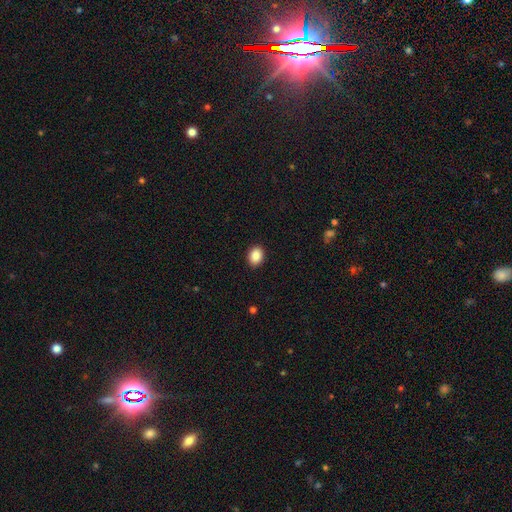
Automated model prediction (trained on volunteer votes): Smooth or featured? Predicted: smooth (p=0.89). How rounded? Predicted: in between (p=0.65). Merging? Predicted: none (p=0.91).